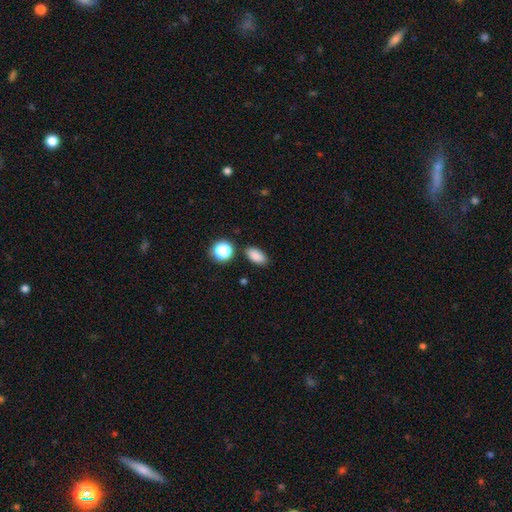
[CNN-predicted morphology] Smooth or featured? Predicted: smooth (p=0.84). How rounded? Predicted: in between (p=0.89). Merging? Predicted: none (p=0.84).